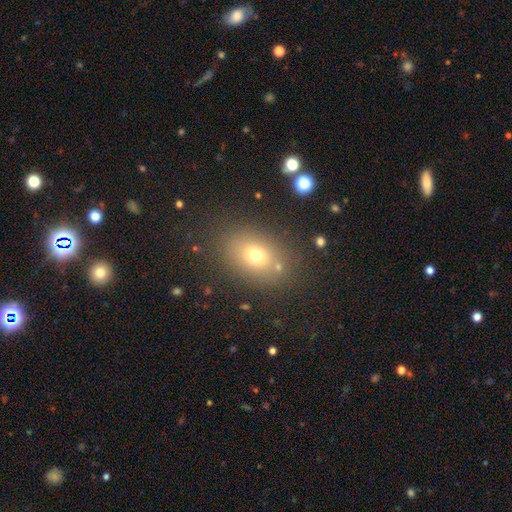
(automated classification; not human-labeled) Smooth or featured? smooth (69%)
How rounded? in between (69%)
Merging? none (80%)